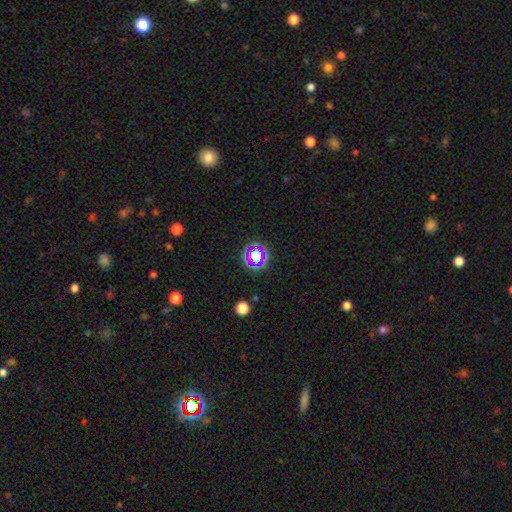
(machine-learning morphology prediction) star or artifact 60%, smooth 28%, featured or disk 12%.